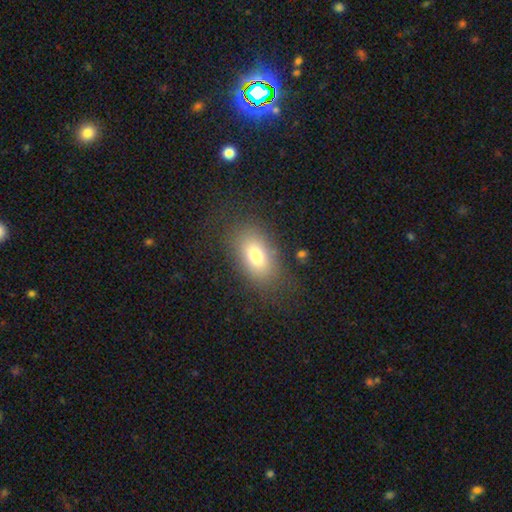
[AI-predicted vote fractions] Smooth or featured? Predicted: smooth (p=0.76). How rounded? Predicted: in between (p=0.86). Merging? Predicted: none (p=0.79).